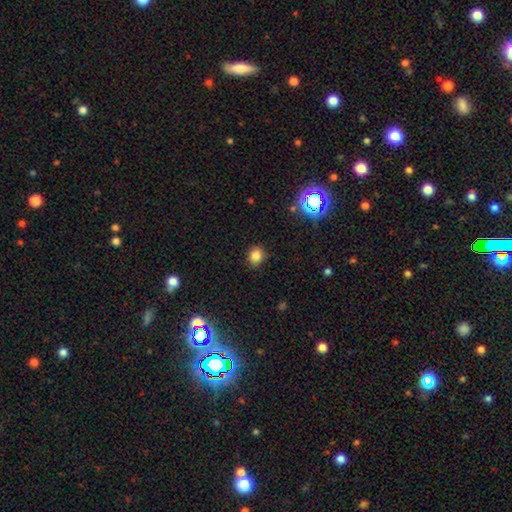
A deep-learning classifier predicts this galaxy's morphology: Overall: smooth (81%). How rounded: round (77%). Merging: none (88%).